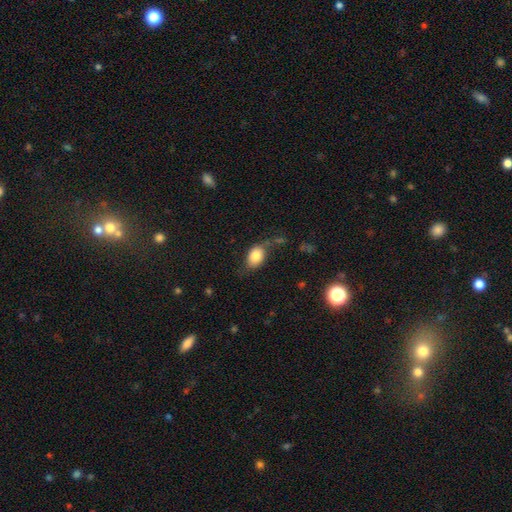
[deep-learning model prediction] Smooth or featured? smooth (79%)
How rounded? in between (79%)
Merging? none (54%)